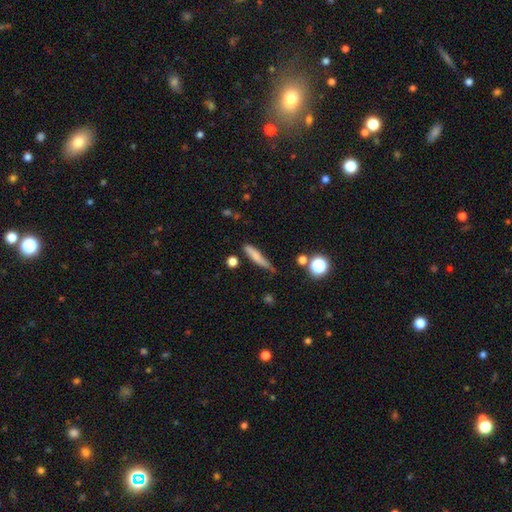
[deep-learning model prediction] The model was most divided on "merging": none: 58%, minor disturbance: 29%, major disturbance: 8%, merger: 5%. More confident: how rounded — cigar-shaped (85%); smooth or featured — smooth (70%).